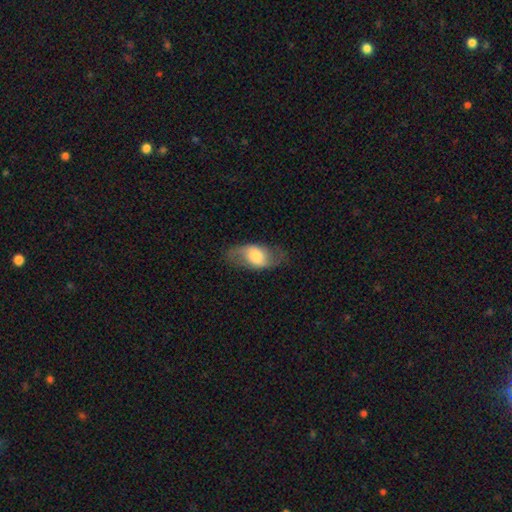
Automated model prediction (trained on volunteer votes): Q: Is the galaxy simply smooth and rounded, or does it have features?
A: smooth — 49%.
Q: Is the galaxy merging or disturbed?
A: none — 72%.